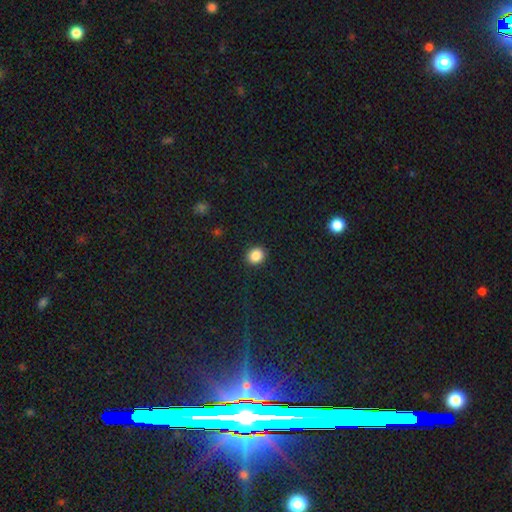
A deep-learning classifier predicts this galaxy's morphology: A smooth galaxy with no disk features (87%) that is round (76%). Merging: none (91%).